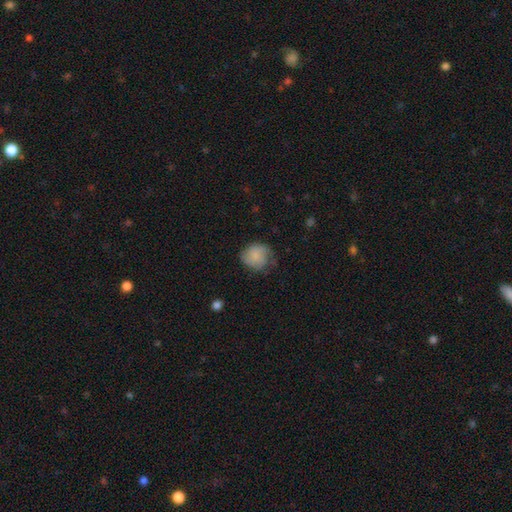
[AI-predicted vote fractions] Smooth or featured?
  - smooth: 75% *
  - featured or disk: 18%
  - star or artifact: 8%
How rounded?
  - round: 80% *
  - in between: 19%
  - cigar-shaped: 1%
Merging?
  - none: 61% *
  - minor disturbance: 28%
  - major disturbance: 10%
  - merger: 1%